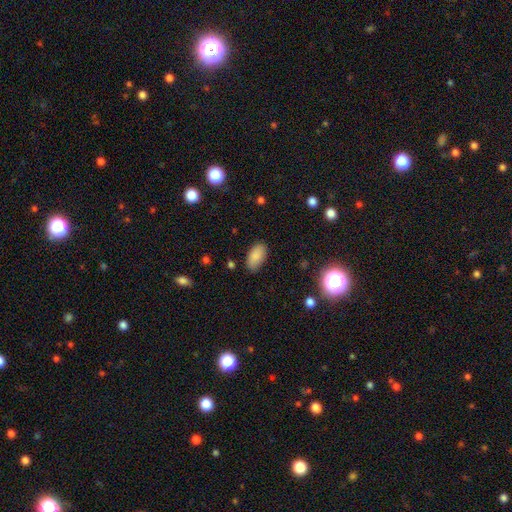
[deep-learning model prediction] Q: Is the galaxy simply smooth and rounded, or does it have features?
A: smooth — 85%.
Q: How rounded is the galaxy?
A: in between — 94%.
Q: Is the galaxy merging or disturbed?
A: none — 84%.